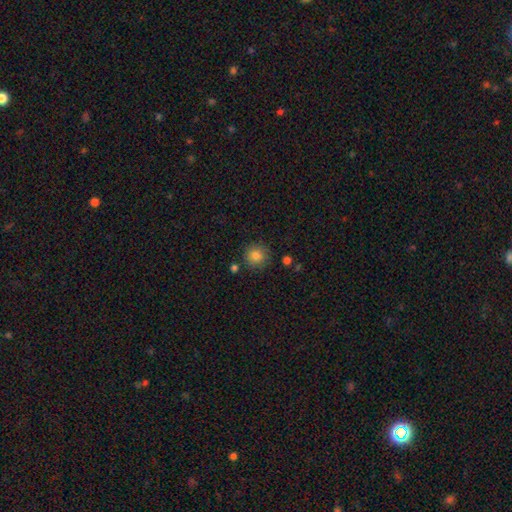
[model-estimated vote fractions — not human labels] Smooth or featured? Predicted: smooth (p=0.84). How rounded? Predicted: round (p=0.92). Merging? Predicted: none (p=0.84).